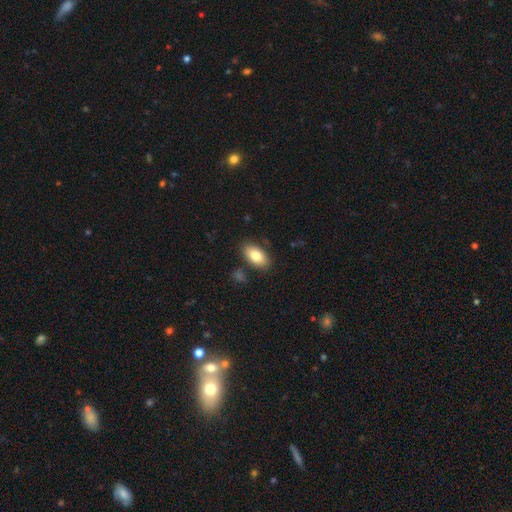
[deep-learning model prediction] smooth 81%, featured or disk 12%, star or artifact 7%. Down the decision tree: how rounded — in between (94%); merging — none (84%).